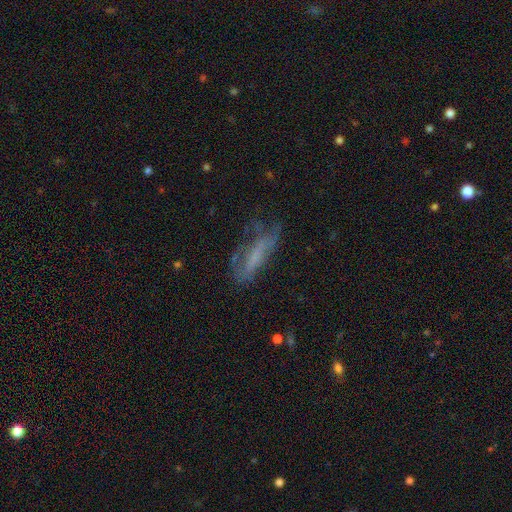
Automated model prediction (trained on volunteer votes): Morphology: type=featured or disk (45%); merging=none (45%).